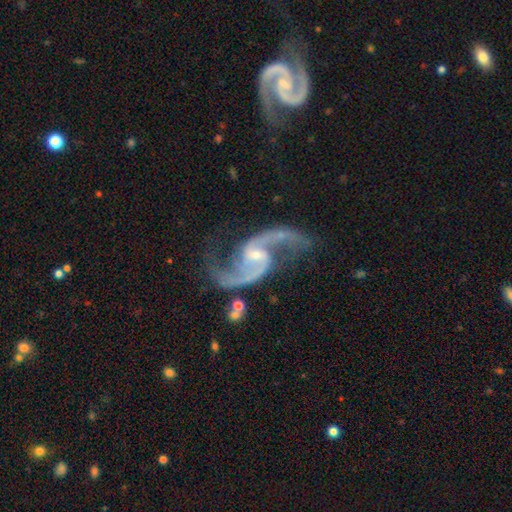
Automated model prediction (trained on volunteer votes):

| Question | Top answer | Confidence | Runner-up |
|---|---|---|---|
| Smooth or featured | featured or disk | 94% | star or artifact (4%) |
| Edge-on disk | no | 98% | yes (2%) |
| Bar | weak | 49% | no (34%) |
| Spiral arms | yes | 98% | no (2%) |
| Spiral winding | loose | 57% | medium (37%) |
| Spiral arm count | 2 | 94% | 3 (1%) |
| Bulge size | small | 66% | moderate (26%) |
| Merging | none | 69% | minor disturbance (16%) |